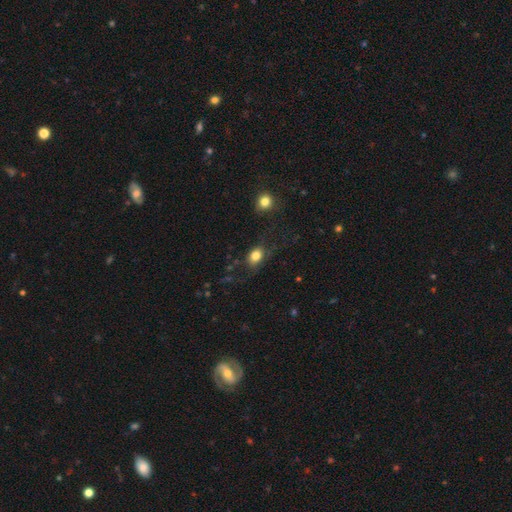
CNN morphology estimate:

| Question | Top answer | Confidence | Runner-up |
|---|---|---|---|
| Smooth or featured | smooth | 81% | star or artifact (10%) |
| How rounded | in between | 71% | round (27%) |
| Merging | none | 65% | minor disturbance (20%) |